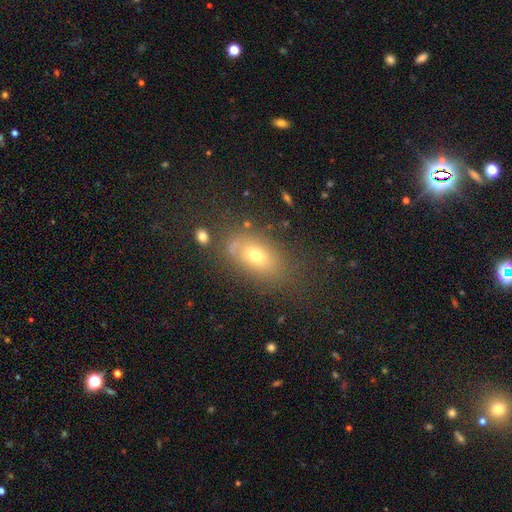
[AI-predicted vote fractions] Smooth or featured? Predicted: smooth (p=0.63). How rounded? Predicted: in between (p=0.83). Merging? Predicted: none (p=0.65).